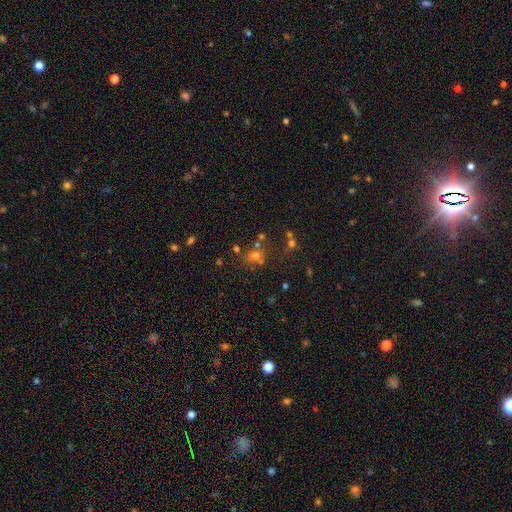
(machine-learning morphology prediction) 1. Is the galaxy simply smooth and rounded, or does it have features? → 60% smooth, 28% star or artifact, 12% featured or disk.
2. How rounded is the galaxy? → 77% round, 22% in between, 1% cigar-shaped.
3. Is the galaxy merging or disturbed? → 60% none, 22% merger, 12% minor disturbance, 6% major disturbance.